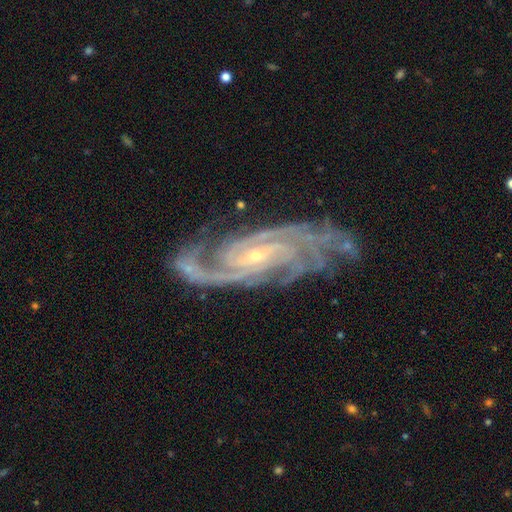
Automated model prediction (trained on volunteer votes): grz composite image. It shows a featured or disk galaxy (92%) with no bar (52%), 2 (31%) tight (58%) spiral arms (99%) and a small central bulge (80%). Merging: none (71%).